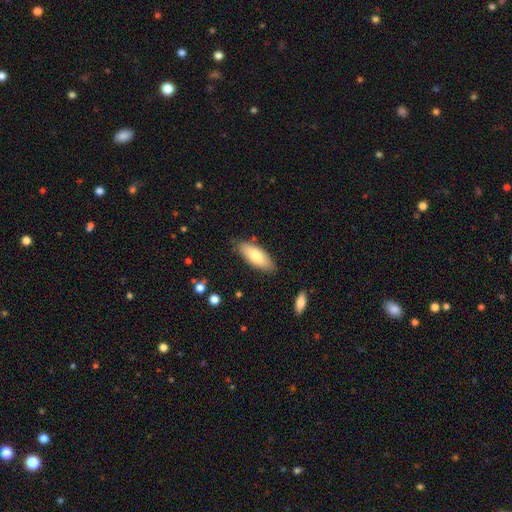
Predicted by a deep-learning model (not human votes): Smooth or featured? smooth (74%)
How rounded? in between (77%)
Merging? none (83%)